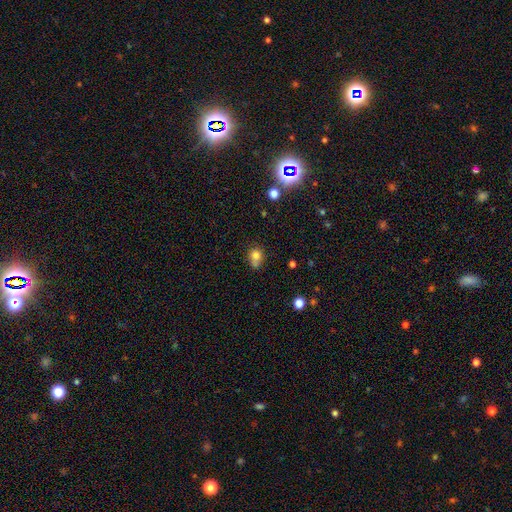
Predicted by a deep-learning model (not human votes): This appears to be a smooth galaxy with no disk features (77%) that is round (59%). Merging: none (47%).